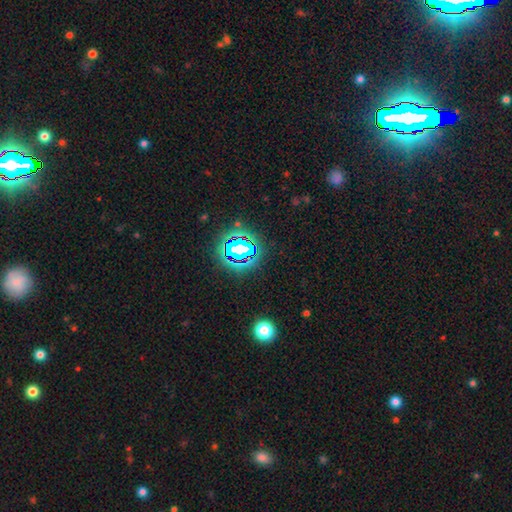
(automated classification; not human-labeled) The model was most divided on "smooth or featured": star or artifact: 81%, smooth: 11%, featured or disk: 8%.